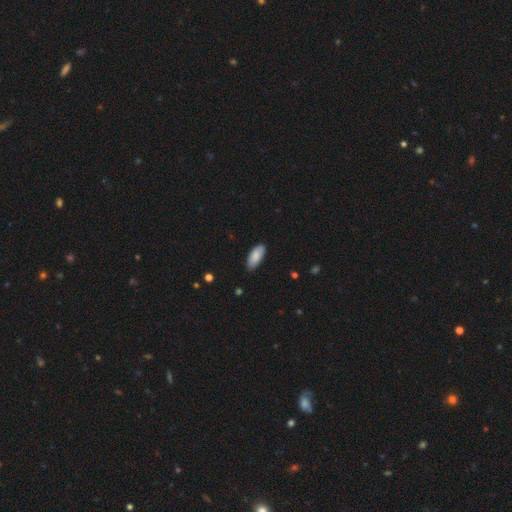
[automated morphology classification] The model was most divided on "merging": none: 83%, minor disturbance: 14%, major disturbance: 2%, merger: 1%. More confident: how rounded — in between (88%); smooth or featured — smooth (84%).